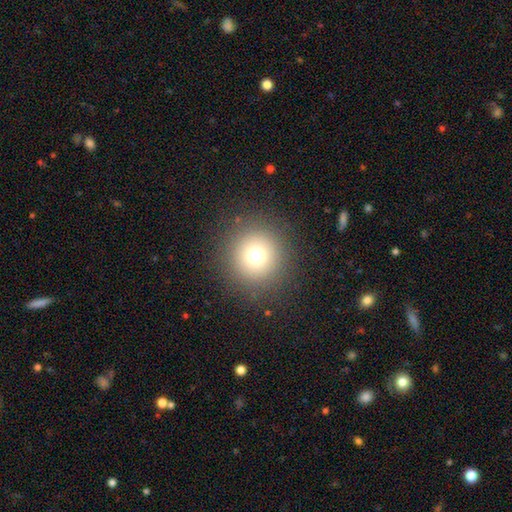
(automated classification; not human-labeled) smooth_or_featured: smooth (p=0.71) [alt: star or artifact p=0.19]
how_rounded: round (p=0.95) [alt: in between p=0.04]
merging: none (p=0.89) [alt: minor disturbance p=0.06]